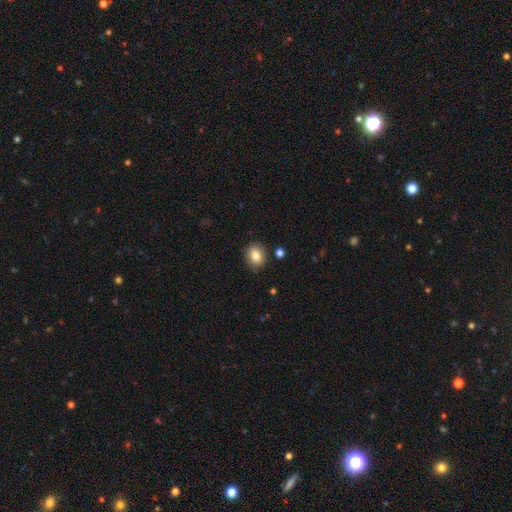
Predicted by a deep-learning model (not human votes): Overall: smooth (81%). How rounded: in between (59%; round 40%). Merging: none (86%).